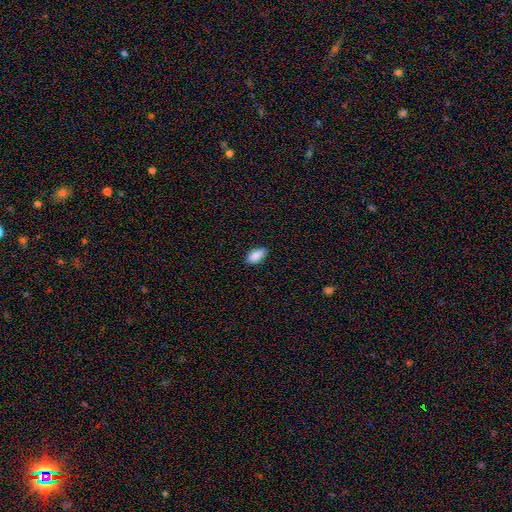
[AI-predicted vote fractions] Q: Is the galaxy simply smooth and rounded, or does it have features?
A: smooth — 88%.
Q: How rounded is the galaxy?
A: in between — 90%.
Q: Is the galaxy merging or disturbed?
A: none — 86%.